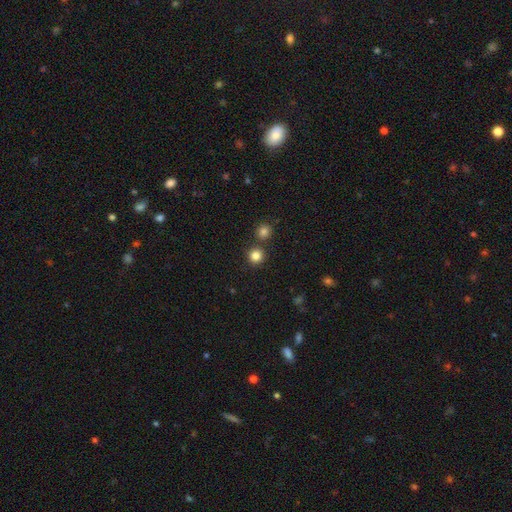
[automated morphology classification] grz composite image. It shows a smooth galaxy with no disk features (83%) that is round (93%). Merging: none (81%).